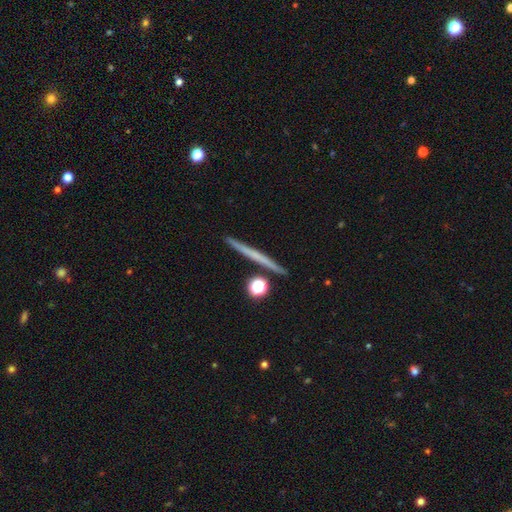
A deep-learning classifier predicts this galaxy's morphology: Smooth or featured: featured or disk — 52% (smooth — 41%)
Edge-on disk: yes — 97% (no — 3%)
Edge-on bulge: none — 88% (rounded — 8%)
Merging: none — 89% (minor disturbance — 6%)